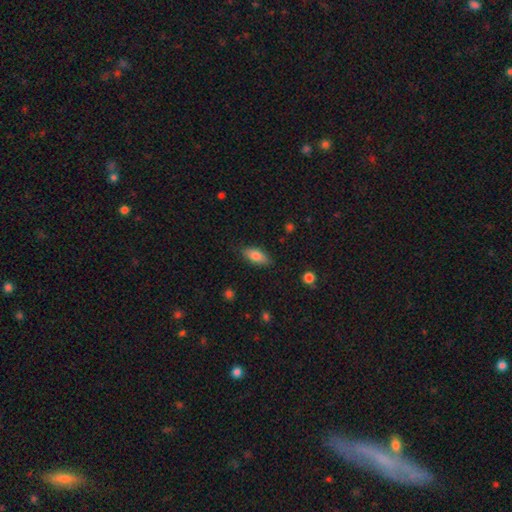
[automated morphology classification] Smooth or featured: smooth — 78% (featured or disk — 15%)
How rounded: in between — 83% (cigar-shaped — 14%)
Merging: none — 83% (minor disturbance — 13%)